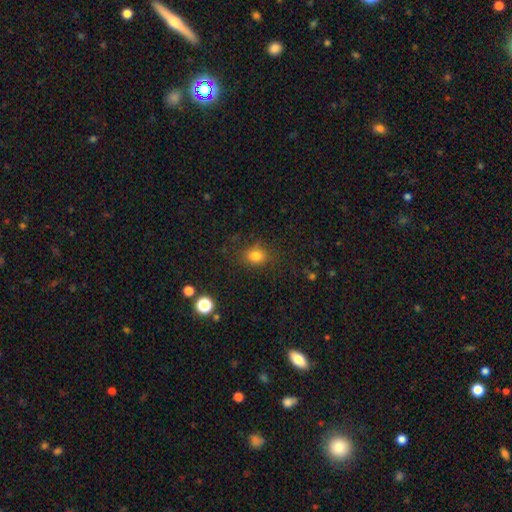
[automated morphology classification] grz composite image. It shows a smooth galaxy with no disk features (78%) that is round (59%). Merging: none (79%).